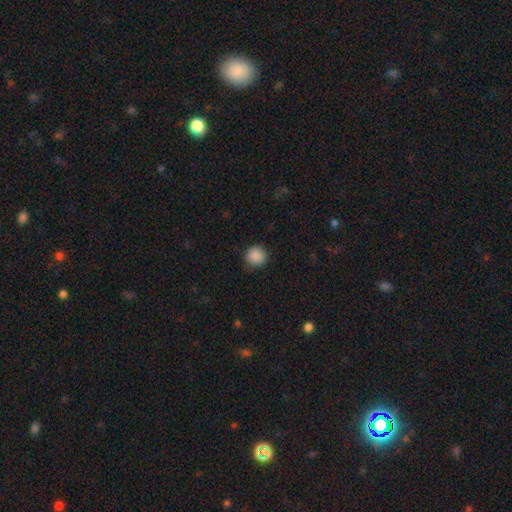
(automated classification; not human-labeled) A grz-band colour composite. It shows a smooth galaxy with no disk features (89%) that is round (91%). Merging: none (84%).